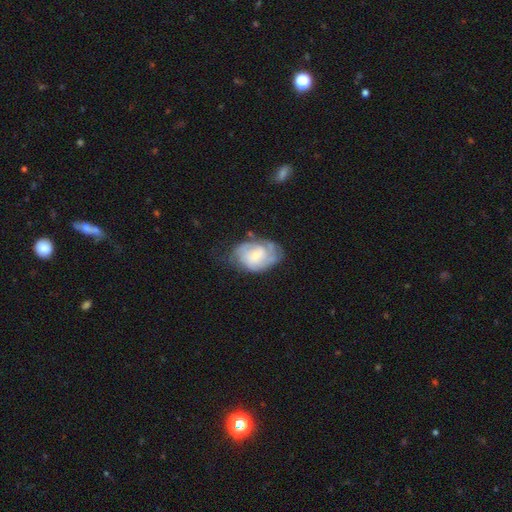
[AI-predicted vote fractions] This is likely a featured or disk galaxy (63%). It is clearly not viewed edge-on (97%). Bar: likely no (64%). Spiral arm pattern: clearly yes (82%). Spiral arm count: marginally can't tell (43%). Spiral winding: possibly tight (51%). Central bulge: possibly small (53%). Merging: possibly none (52%).